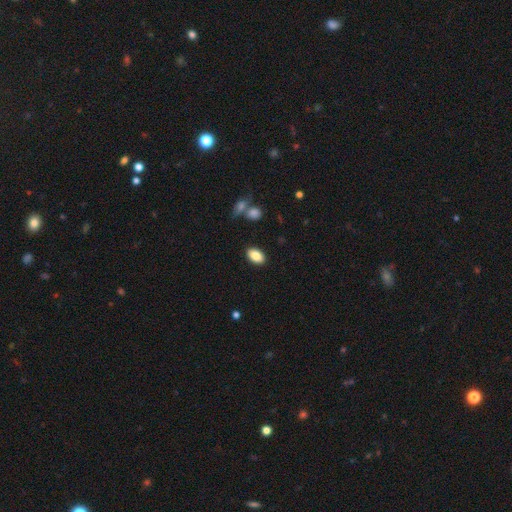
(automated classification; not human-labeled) smooth-or-featured: smooth: 85% | star or artifact: 8% | featured or disk: 7%
  how-rounded: in between: 91% | round: 7% | cigar-shaped: 2%
  merging: none: 87% | minor disturbance: 8% | major disturbance: 2% | merger: 2%